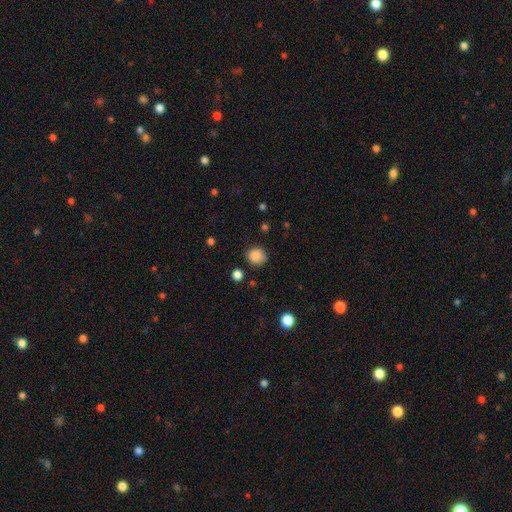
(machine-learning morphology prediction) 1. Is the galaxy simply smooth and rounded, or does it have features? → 86% smooth, 10% star or artifact, 4% featured or disk.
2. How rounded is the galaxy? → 87% round, 12% in between, 1% cigar-shaped.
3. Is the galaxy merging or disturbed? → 81% none, 14% minor disturbance, 3% major disturbance, 2% merger.